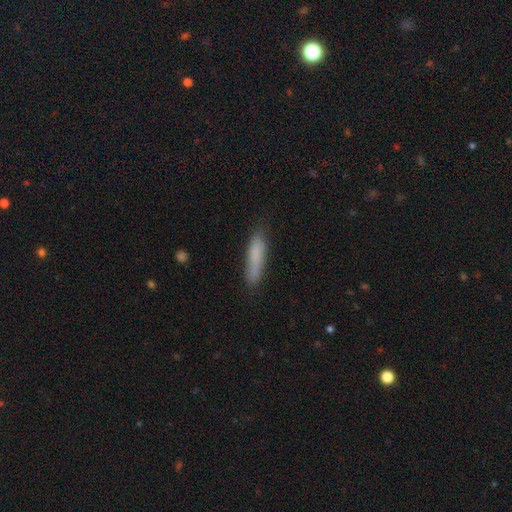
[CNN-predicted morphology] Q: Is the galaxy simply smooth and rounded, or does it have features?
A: smooth — 80%.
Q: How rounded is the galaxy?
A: cigar-shaped — 83%.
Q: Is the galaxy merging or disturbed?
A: none — 77%.